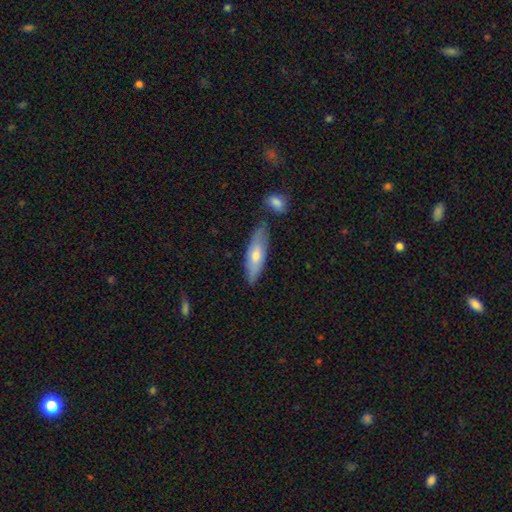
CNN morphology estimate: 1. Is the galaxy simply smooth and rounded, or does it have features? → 58% smooth, 36% featured or disk, 6% star or artifact.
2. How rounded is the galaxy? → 50% cigar-shaped, 48% in between, 2% round.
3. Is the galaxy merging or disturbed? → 78% none, 15% minor disturbance, 5% merger, 3% major disturbance.